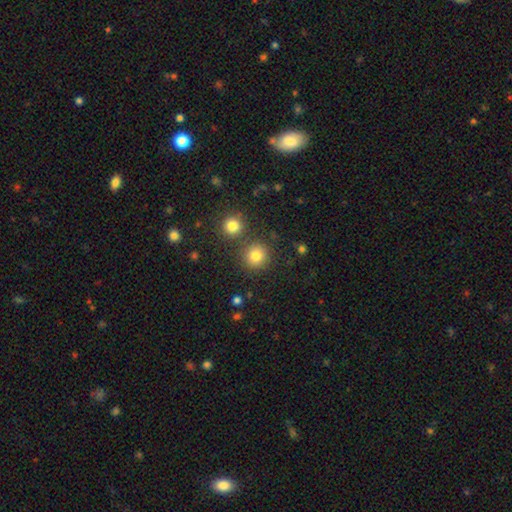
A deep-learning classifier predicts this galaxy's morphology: The model was most divided on "smooth or featured": smooth: 82%, star or artifact: 13%, featured or disk: 5%. More confident: how rounded — round (92%); merging — none (81%).